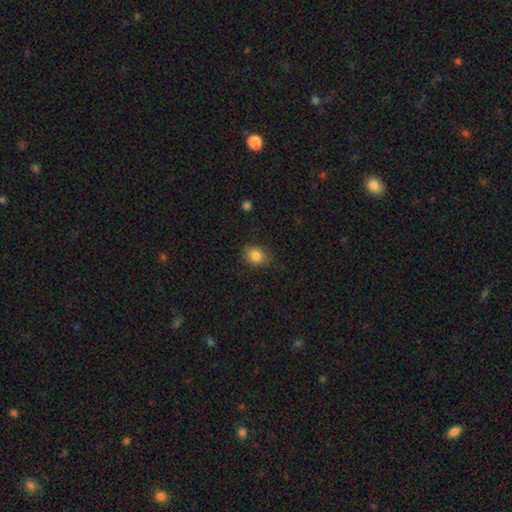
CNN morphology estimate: Smooth or featured?
  - smooth: 84% *
  - star or artifact: 10%
  - featured or disk: 6%
How rounded?
  - in between: 58% *
  - round: 41%
  - cigar-shaped: 1%
Merging?
  - none: 80% *
  - minor disturbance: 15%
  - major disturbance: 4%
  - merger: 1%